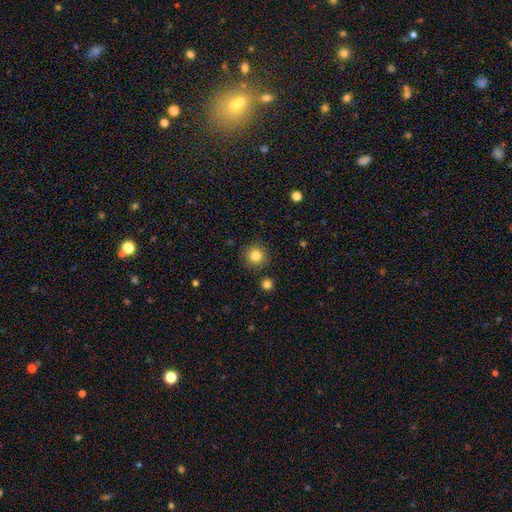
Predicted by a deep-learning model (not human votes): smooth_or_featured: smooth (p=0.83) [alt: star or artifact p=0.11]
how_rounded: round (p=0.93) [alt: in between p=0.06]
merging: none (p=0.88) [alt: minor disturbance p=0.07]